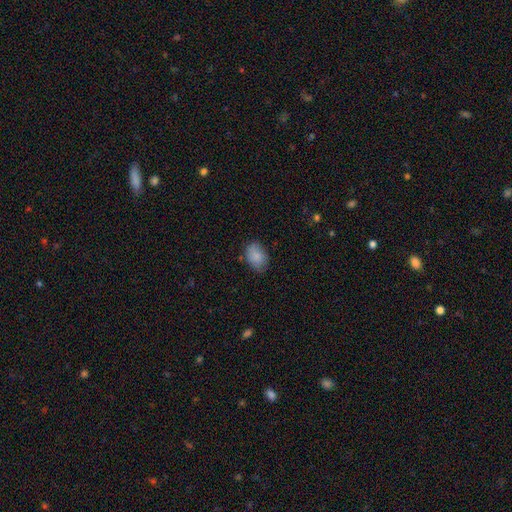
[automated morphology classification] A smooth galaxy with no disk features (85%) that is in between round and cigar-shaped (81%).

Vote fractions:
- Smooth or featured? smooth: 85% / featured or disk: 8% / star or artifact: 7%
- How rounded? in between: 81% / round: 18% / cigar-shaped: 1%
- Merging? none: 75% / minor disturbance: 20% / major disturbance: 4% / merger: 1%